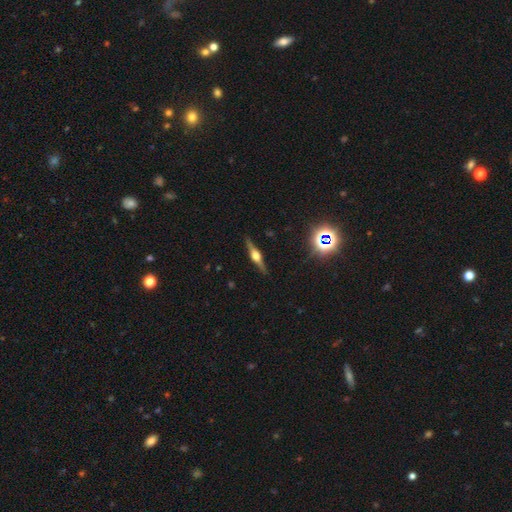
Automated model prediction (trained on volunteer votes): Q: Smooth or featured?
A: featured or disk (76%); runner-up: smooth (16%)
Q: Edge-on disk?
A: yes (98%); runner-up: no (2%)
Q: Edge-on bulge?
A: rounded (93%); runner-up: boxy (6%)
Q: Merging?
A: none (90%); runner-up: minor disturbance (7%)